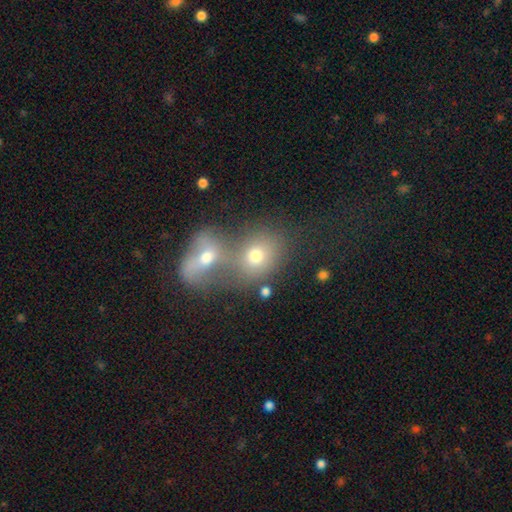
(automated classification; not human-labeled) The model was most divided on "how rounded": round: 56%, in between: 43%, cigar-shaped: 1%. More confident: smooth or featured — smooth (68%); merging — merger (66%).